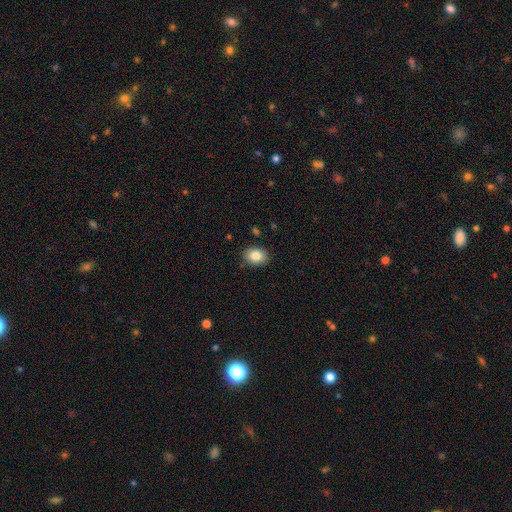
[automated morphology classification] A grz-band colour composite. It shows a smooth galaxy with no disk features (84%) that is in between round and cigar-shaped (70%). Merging: none (87%).